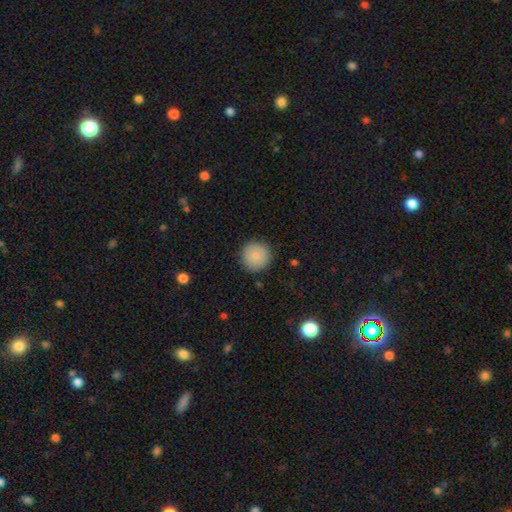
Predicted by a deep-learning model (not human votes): This is clearly a smooth galaxy (83%). How rounded: clearly round (95%). Merging: clearly none (89%).